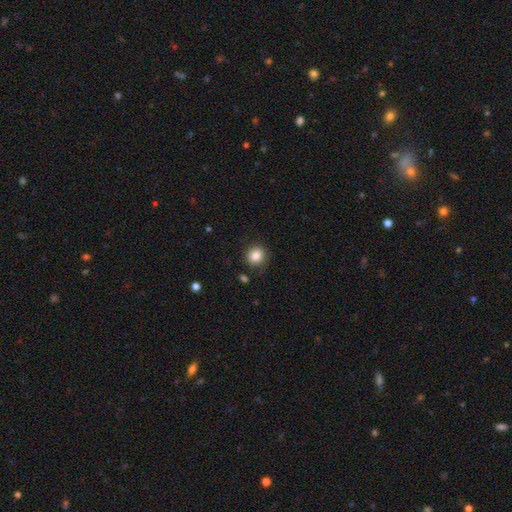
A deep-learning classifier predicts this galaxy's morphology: This appears to be a smooth galaxy with no disk features (84%) that is round (86%). Merging: none (85%).